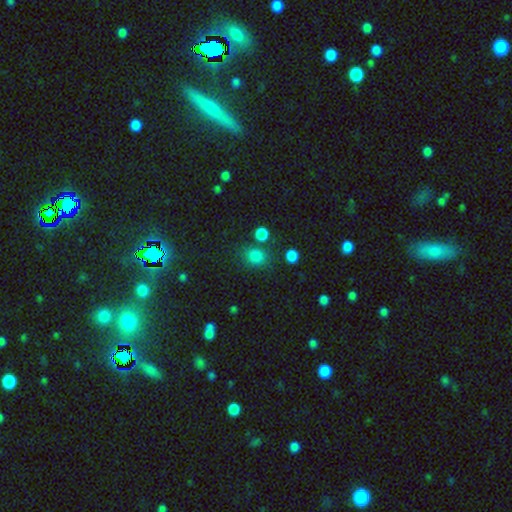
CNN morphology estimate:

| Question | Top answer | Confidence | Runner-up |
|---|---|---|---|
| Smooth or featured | smooth | 80% | star or artifact (15%) |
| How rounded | round | 72% | in between (27%) |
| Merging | none | 69% | minor disturbance (13%) |